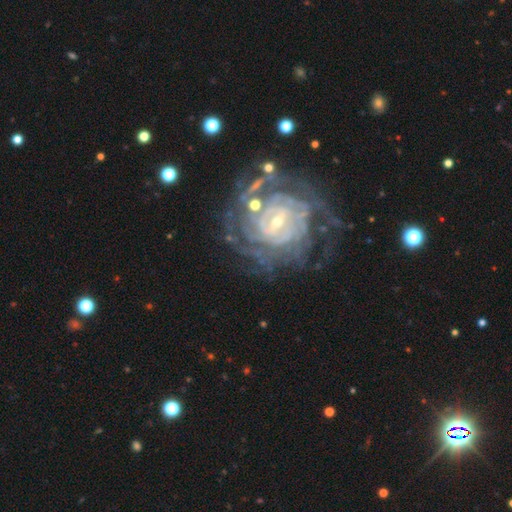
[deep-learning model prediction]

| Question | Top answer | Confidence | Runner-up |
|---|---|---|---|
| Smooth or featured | featured or disk | 79% | star or artifact (12%) |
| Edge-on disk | no | 97% | yes (3%) |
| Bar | no | 48% | weak (35%) |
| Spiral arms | yes | 90% | no (10%) |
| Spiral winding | tight | 76% | medium (19%) |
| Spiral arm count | can't tell | 42% | 2 (14%) |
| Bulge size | small | 76% | moderate (17%) |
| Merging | none | 74% | minor disturbance (14%) |